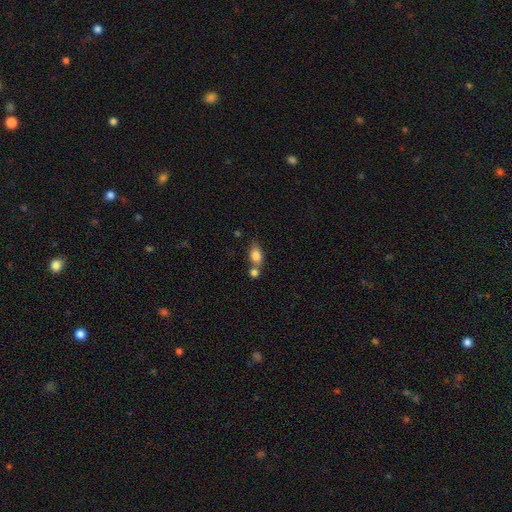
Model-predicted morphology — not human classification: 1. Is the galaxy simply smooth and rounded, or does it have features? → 80% smooth, 11% featured or disk, 8% star or artifact.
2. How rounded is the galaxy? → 77% in between, 18% round, 6% cigar-shaped.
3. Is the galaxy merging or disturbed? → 45% none, 36% merger, 14% minor disturbance, 5% major disturbance.